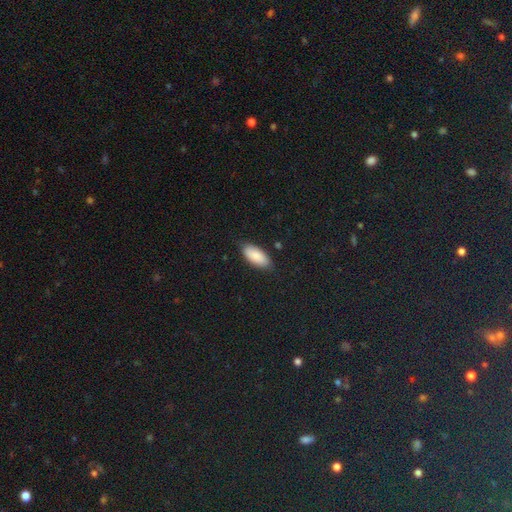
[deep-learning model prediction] smooth 87%, featured or disk 7%, star or artifact 6%. Down the decision tree: how rounded — in between (90%); merging — none (84%).